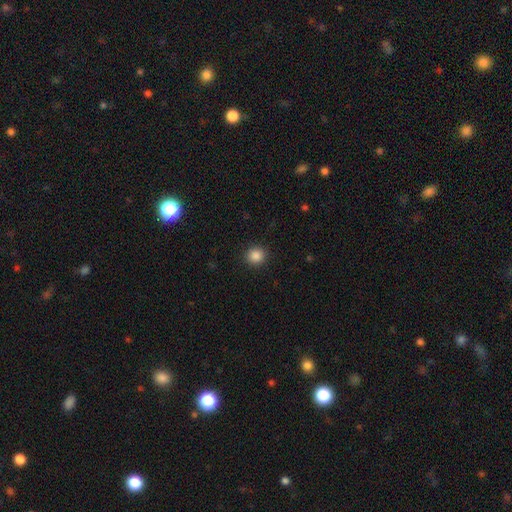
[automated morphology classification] This appears to be a smooth galaxy with no disk features (86%) that is round (90%). Merging: none (92%).